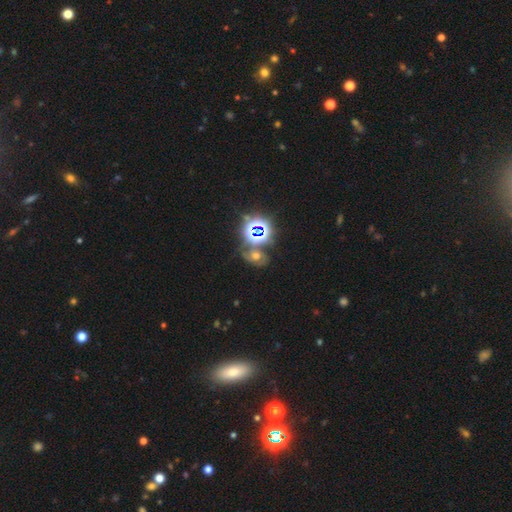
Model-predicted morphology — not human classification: Q: Smooth or featured?
A: star or artifact (45%); runner-up: featured or disk (32%)